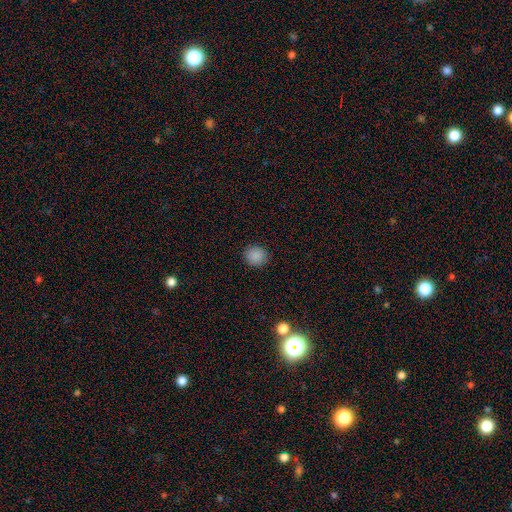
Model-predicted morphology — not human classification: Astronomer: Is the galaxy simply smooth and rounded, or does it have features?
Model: smooth — 88%.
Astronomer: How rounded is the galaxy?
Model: round — 87%.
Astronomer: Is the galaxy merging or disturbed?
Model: none — 91%.